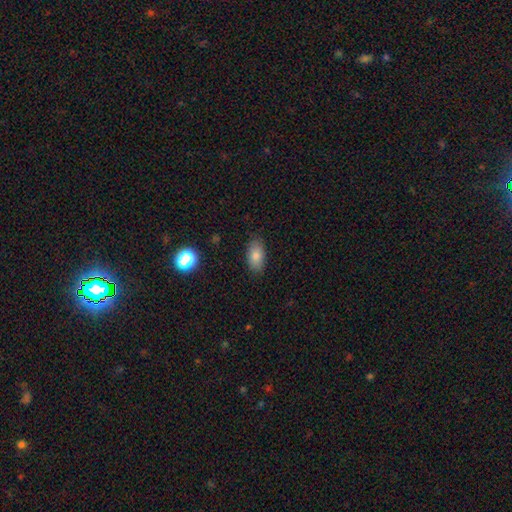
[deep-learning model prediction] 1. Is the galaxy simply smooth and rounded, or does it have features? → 81% smooth, 10% featured or disk, 9% star or artifact.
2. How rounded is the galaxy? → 91% in between, 5% round, 3% cigar-shaped.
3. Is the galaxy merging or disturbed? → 85% none, 11% minor disturbance, 3% major disturbance, 1% merger.